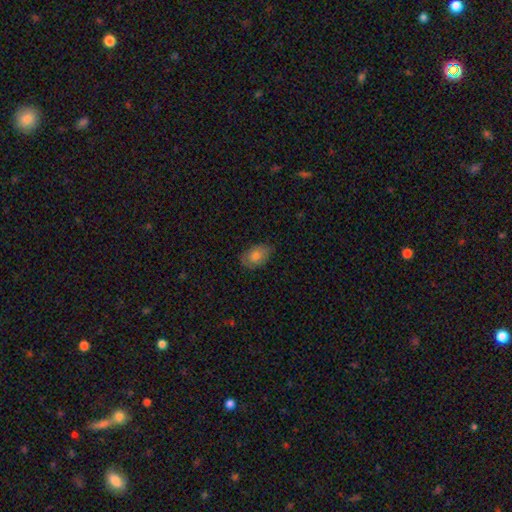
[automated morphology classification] Smooth or featured? smooth (75%)
How rounded? in between (86%)
Merging? none (79%)